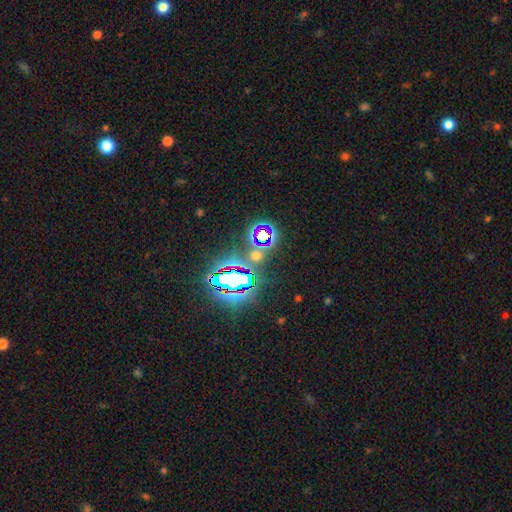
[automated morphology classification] Smooth or featured? star or artifact (73%)